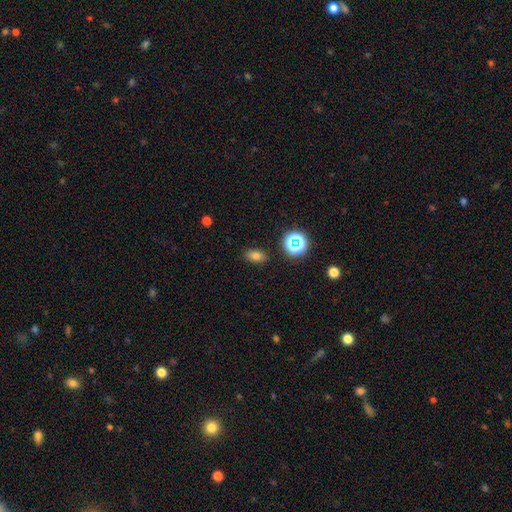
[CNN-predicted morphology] The model was most divided on "smooth or featured": smooth: 74%, star or artifact: 18%, featured or disk: 8%. More confident: merging — none (87%); how rounded — in between (82%).